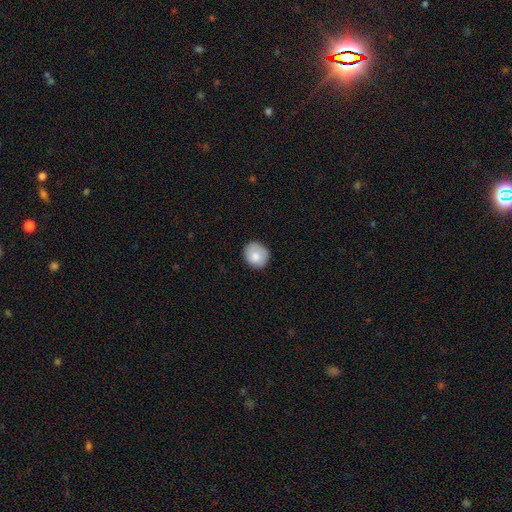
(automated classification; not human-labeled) The model was most divided on "how rounded": round: 74%, in between: 25%, cigar-shaped: 1%. More confident: smooth or featured — smooth (83%); merging — none (80%).